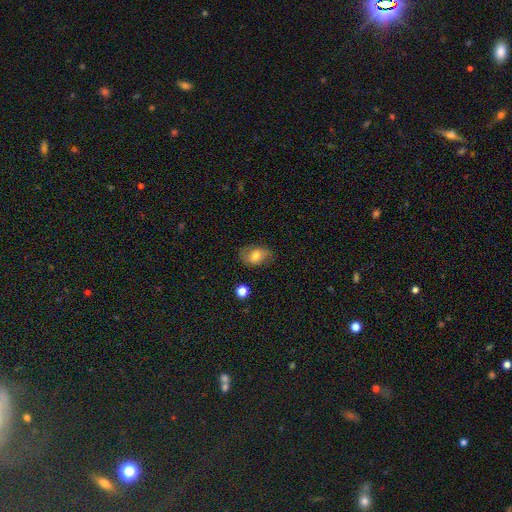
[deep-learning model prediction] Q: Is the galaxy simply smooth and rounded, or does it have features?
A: smooth — 69%.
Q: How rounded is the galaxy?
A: in between — 81%.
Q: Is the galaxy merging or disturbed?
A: none — 73%.